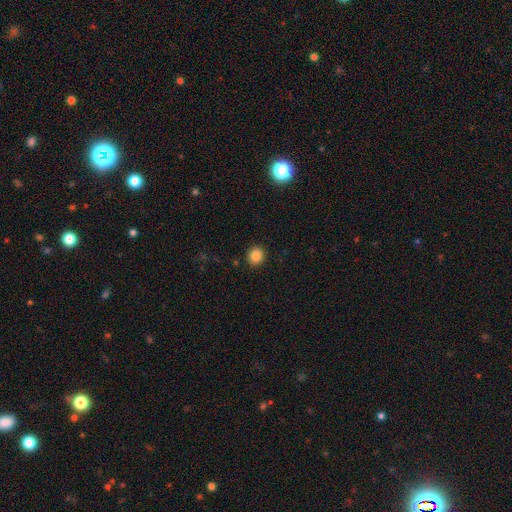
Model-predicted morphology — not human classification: This is clearly a smooth galaxy (85%). How rounded: clearly round (85%). Merging: clearly none (91%).